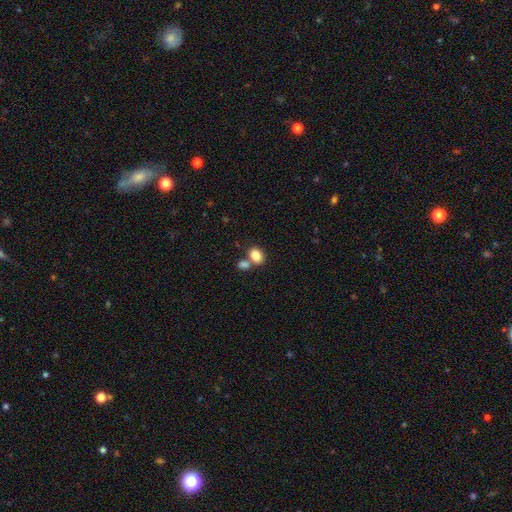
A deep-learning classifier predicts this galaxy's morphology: Smooth or featured: smooth — 84% (star or artifact — 9%)
How rounded: in between — 67% (round — 32%)
Merging: none — 50% (merger — 37%)